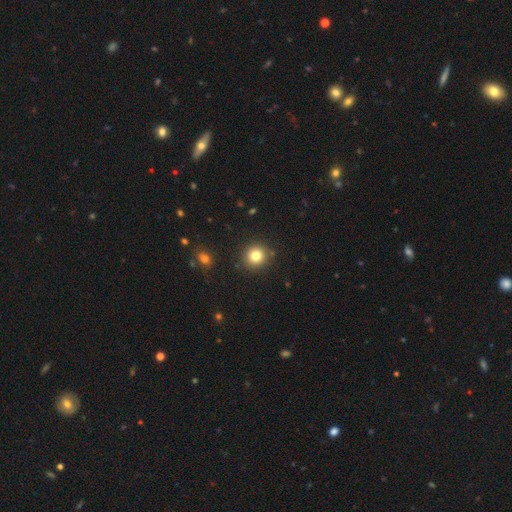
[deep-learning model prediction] Morphology: type=smooth (80%); roundness=round (91%); merging=none (89%).